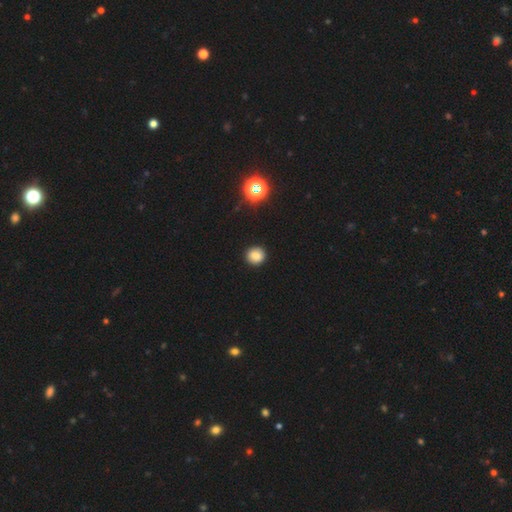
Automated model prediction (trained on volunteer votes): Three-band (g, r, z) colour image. It shows a smooth galaxy with no disk features (80%) that is round (87%). Merging: none (91%).